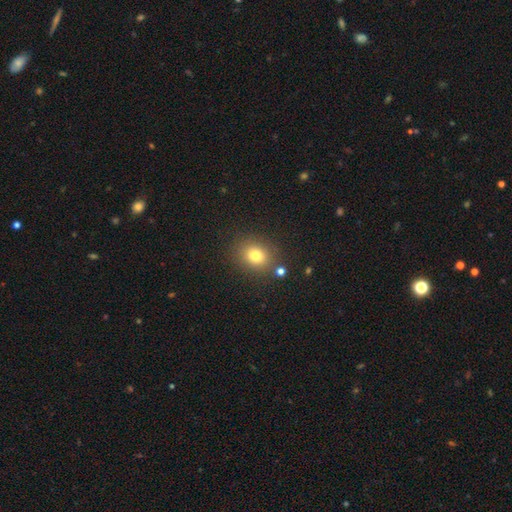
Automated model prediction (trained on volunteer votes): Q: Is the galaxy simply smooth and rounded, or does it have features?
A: smooth — 78%.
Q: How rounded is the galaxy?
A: round — 63%.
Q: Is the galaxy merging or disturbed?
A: none — 81%.